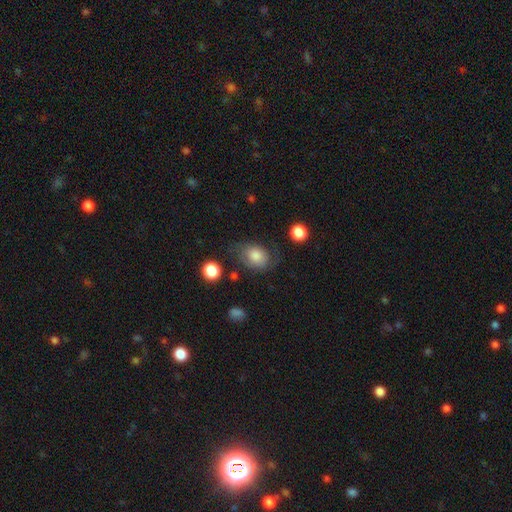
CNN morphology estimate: type=smooth (75%); roundness=in between (67%); merging=none (58%).